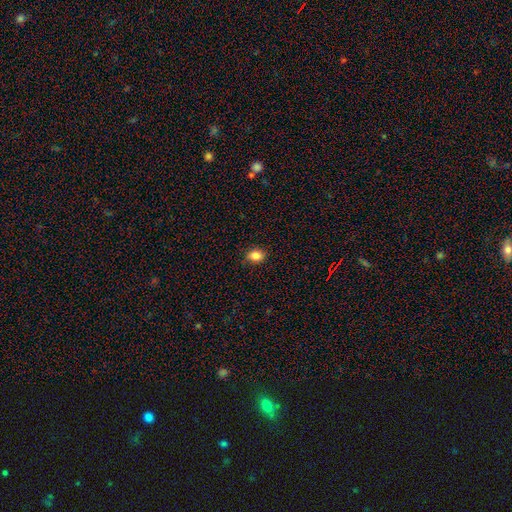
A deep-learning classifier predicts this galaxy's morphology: This is clearly a smooth galaxy (85%). How rounded: possibly in between (58%). Merging: clearly none (86%).